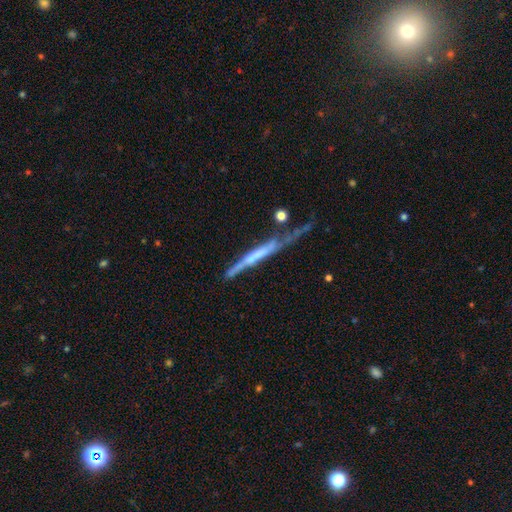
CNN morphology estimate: A featured or disk galaxy (65%) viewed edge-on (84%) with no central bulge (59%). Merging: none (32%).